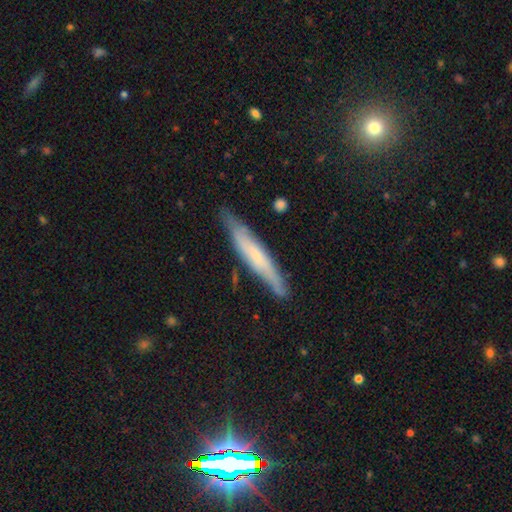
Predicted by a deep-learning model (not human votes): A featured or disk galaxy (50%). Merging: none (80%).